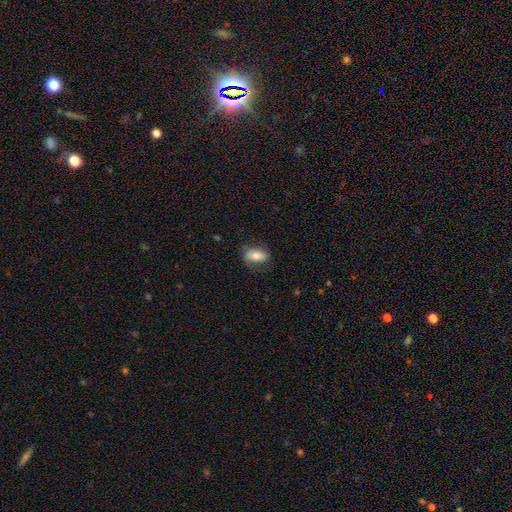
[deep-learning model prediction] The model was most divided on "merging": none: 70%, minor disturbance: 21%, major disturbance: 7%, merger: 1%. More confident: how rounded — in between (87%); smooth or featured — smooth (71%).